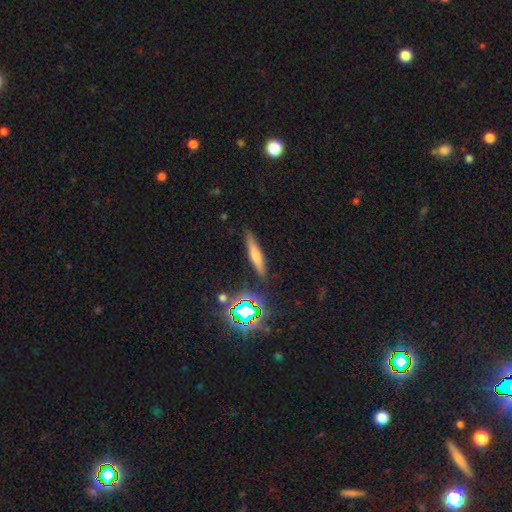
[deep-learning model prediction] smooth 48%, featured or disk 32%, star or artifact 19%. Down the decision tree: merging — none (86%).